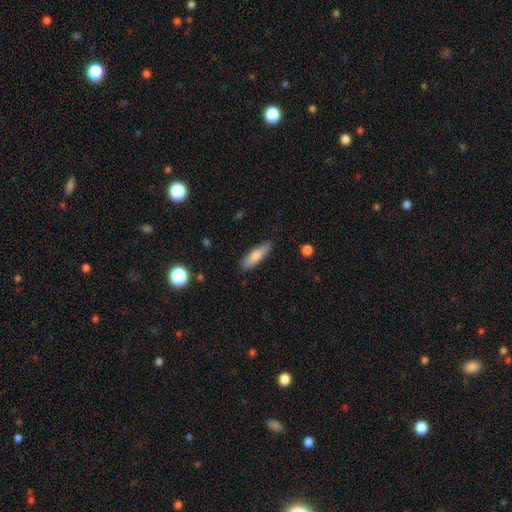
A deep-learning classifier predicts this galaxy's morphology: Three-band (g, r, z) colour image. It shows a smooth galaxy with no disk features (77%) that is cigar-shaped (64%). Merging: none (82%).